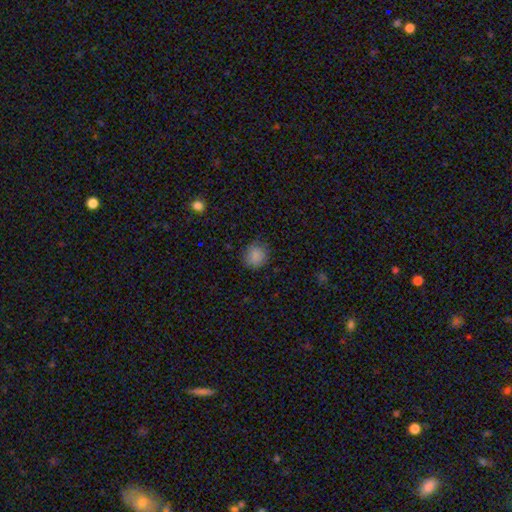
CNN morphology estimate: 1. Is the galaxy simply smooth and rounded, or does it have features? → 85% smooth, 10% star or artifact, 4% featured or disk.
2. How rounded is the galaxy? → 84% round, 15% in between, 1% cigar-shaped.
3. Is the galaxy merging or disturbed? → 81% none, 14% minor disturbance, 4% major disturbance, 1% merger.